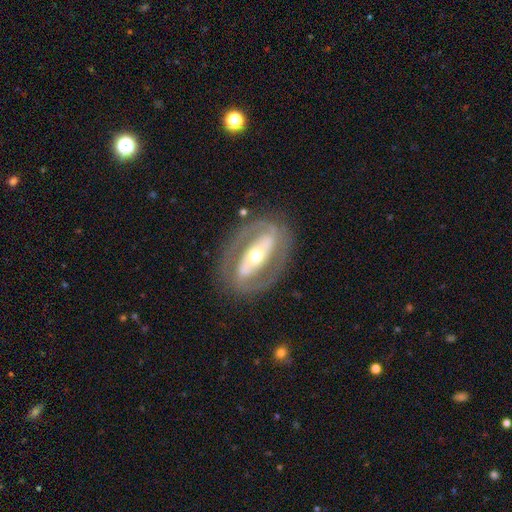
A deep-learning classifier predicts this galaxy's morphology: Smooth or featured? featured or disk (84%)
Edge-on disk? no (92%)
Bar? strong (62%)
Spiral arms? yes (72%)
Spiral winding? tight (47%)
Spiral arm count? 2 (85%)
Bulge size? moderate (56%)
Merging? none (81%)